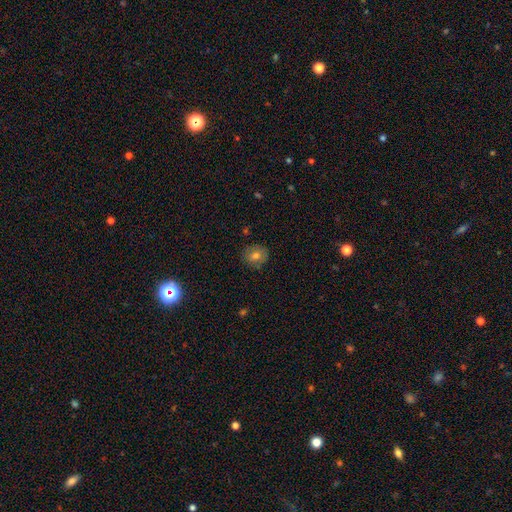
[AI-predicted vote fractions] Q: Smooth or featured?
A: smooth (75%); runner-up: featured or disk (14%)
Q: How rounded?
A: round (77%); runner-up: in between (22%)
Q: Merging?
A: none (84%); runner-up: minor disturbance (12%)